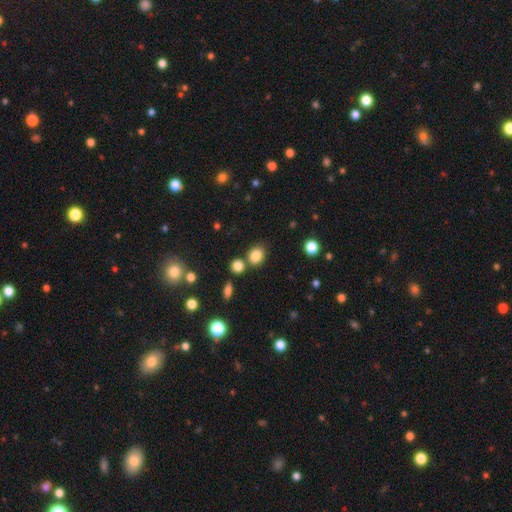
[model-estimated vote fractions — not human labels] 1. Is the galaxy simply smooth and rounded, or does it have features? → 84% smooth, 11% star or artifact, 5% featured or disk.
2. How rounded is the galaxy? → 61% round, 38% in between, 1% cigar-shaped.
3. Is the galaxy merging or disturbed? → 68% none, 17% merger, 11% minor disturbance, 4% major disturbance.